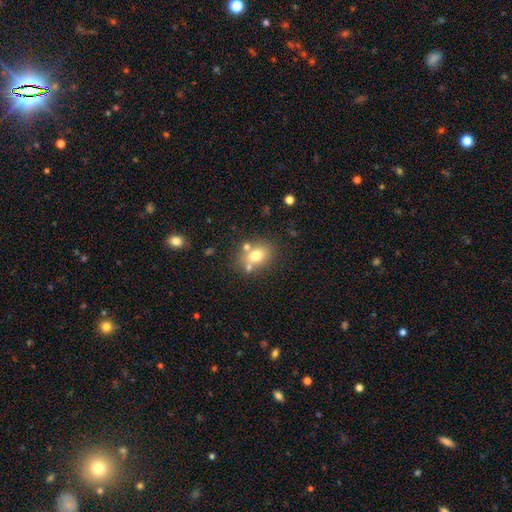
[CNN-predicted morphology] Smooth or featured? smooth (71%)
How rounded? in between (61%)
Merging? none (63%)